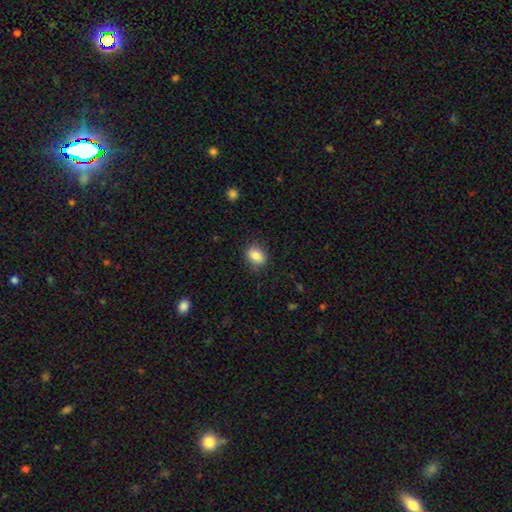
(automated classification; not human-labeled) Smooth or featured? smooth (85%)
How rounded? in between (64%)
Merging? none (84%)